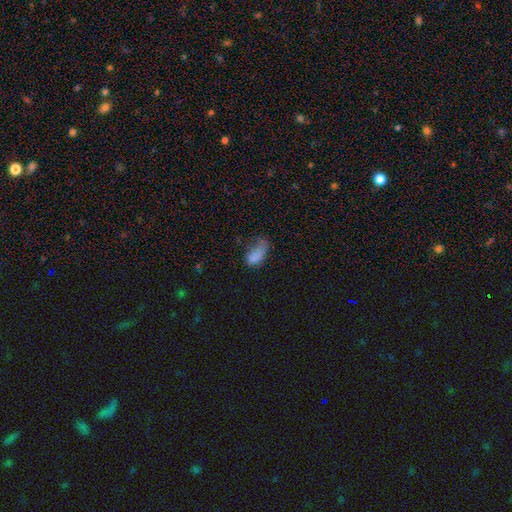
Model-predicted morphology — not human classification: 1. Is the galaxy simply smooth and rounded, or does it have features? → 76% smooth, 14% featured or disk, 10% star or artifact.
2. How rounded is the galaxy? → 91% in between, 5% round, 5% cigar-shaped.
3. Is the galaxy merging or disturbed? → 39% major disturbance, 29% minor disturbance, 28% none, 4% merger.